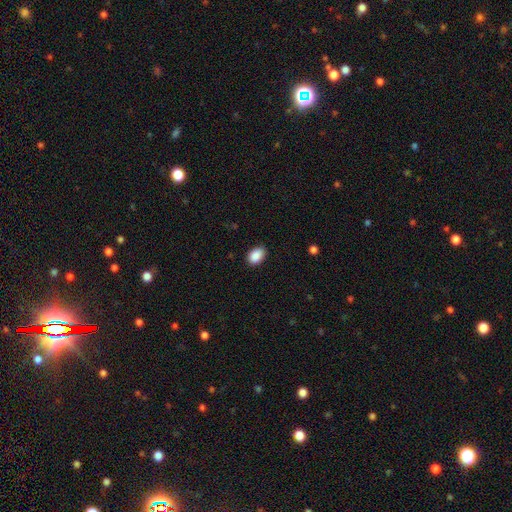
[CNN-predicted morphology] This is clearly a smooth galaxy (89%). How rounded: clearly in between (86%). Merging: clearly none (86%).